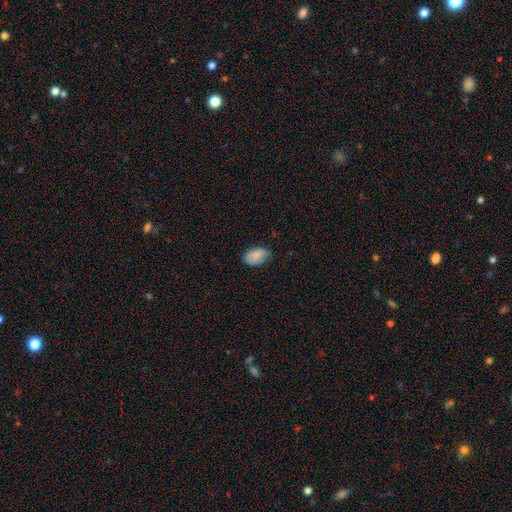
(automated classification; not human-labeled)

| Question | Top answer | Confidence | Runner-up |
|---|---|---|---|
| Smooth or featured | smooth | 82% | featured or disk (11%) |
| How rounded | in between | 92% | round (7%) |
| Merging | none | 64% | minor disturbance (29%) |